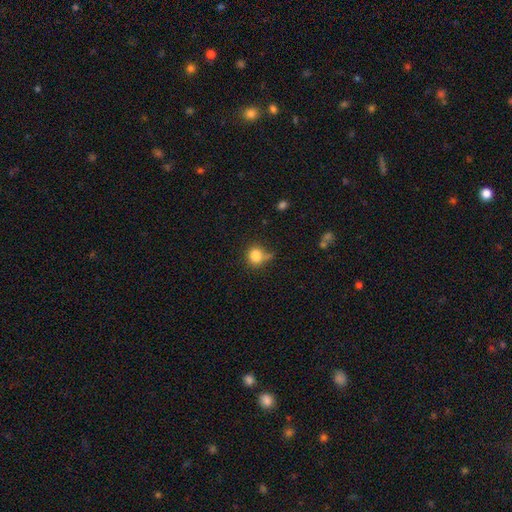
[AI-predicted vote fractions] smooth 82%, star or artifact 11%, featured or disk 7%. Down the decision tree: how rounded — round (80%); merging — none (57%).